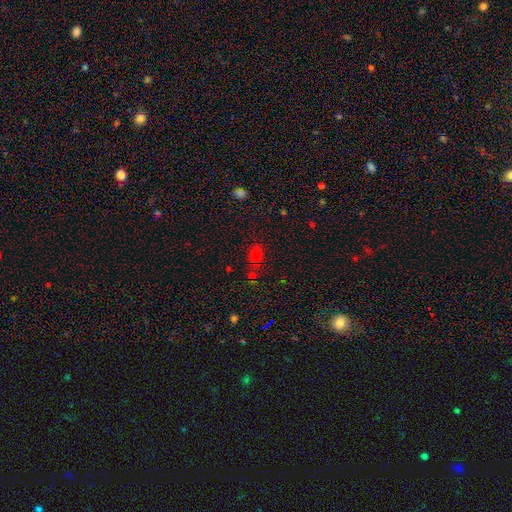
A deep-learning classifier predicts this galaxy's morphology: Q: Smooth or featured?
A: smooth (69%); runner-up: star or artifact (24%)
Q: How rounded?
A: in between (60%); runner-up: round (38%)
Q: Merging?
A: none (73%); runner-up: minor disturbance (15%)